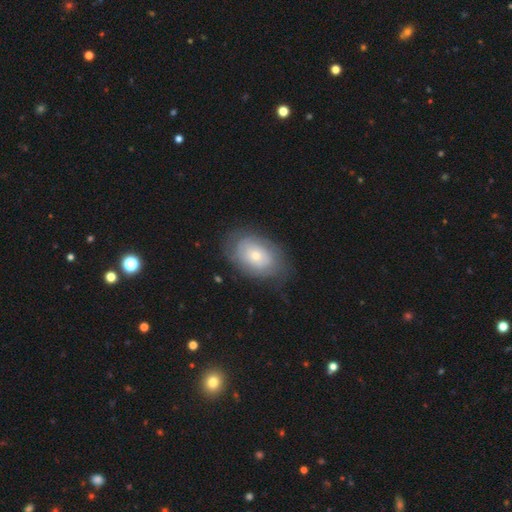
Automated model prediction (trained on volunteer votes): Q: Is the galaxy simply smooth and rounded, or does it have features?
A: smooth — 49%.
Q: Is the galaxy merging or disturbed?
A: none — 70%.